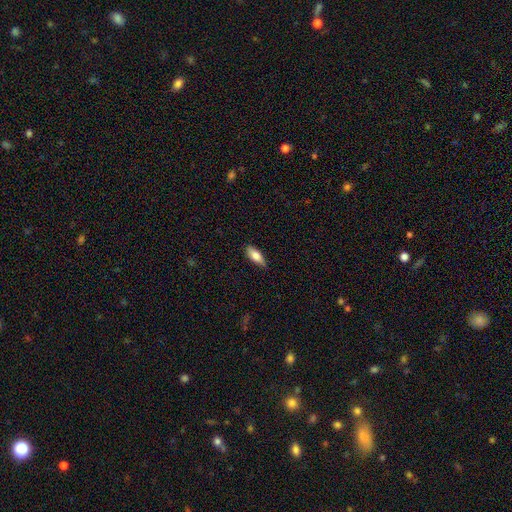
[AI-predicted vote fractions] A smooth galaxy with no disk features (76%) that is in between round and cigar-shaped (73%).

Vote fractions:
- Smooth or featured? smooth: 76% / featured or disk: 18% / star or artifact: 6%
- How rounded? in between: 73% / cigar-shaped: 25% / round: 2%
- Merging? none: 82% / minor disturbance: 14% / major disturbance: 2% / merger: 1%